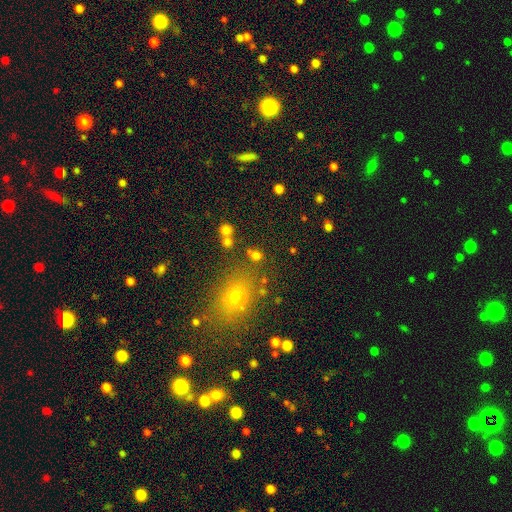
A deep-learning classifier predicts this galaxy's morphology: A smooth galaxy with no disk features (70%) that is round (68%). Merging: none (69%).